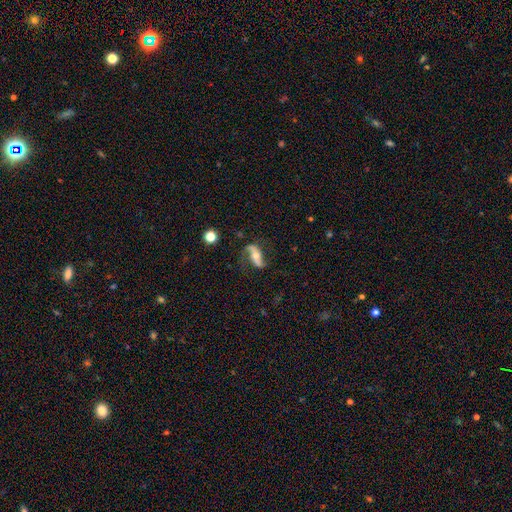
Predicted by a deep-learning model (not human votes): smooth-or-featured: featured or disk: 75% | smooth: 19% | star or artifact: 7%
  disk-edge-on: no: 87% | yes: 13%
    bar: strong: 40% | no: 38% | weak: 22%
    has-spiral-arms: yes: 90% | no: 10%
      spiral-winding: loose: 73% | medium: 19% | tight: 8%
      spiral-arm-count: 2: 90% | 1: 4% | can't tell: 3% | 3: 1% | 4: 1% | more than 4: 1%
    bulge-size: moderate: 56% | small: 35% | large: 5% | none: 2% | dominant: 2%
  merging: none: 67% | minor disturbance: 19% | major disturbance: 12% | merger: 2%